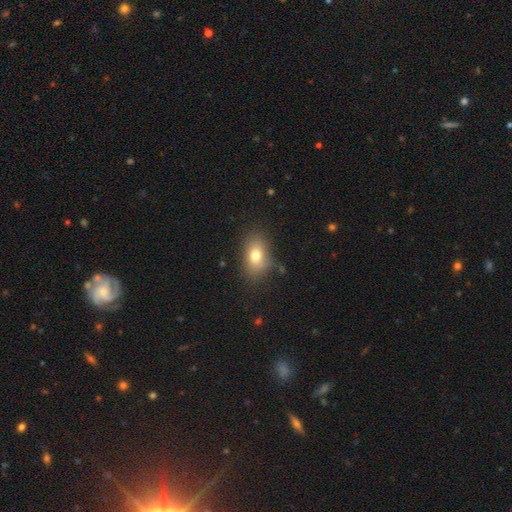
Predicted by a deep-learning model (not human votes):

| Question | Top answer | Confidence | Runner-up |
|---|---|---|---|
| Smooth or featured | smooth | 76% | featured or disk (13%) |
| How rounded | in between | 82% | round (16%) |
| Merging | none | 76% | minor disturbance (17%) |